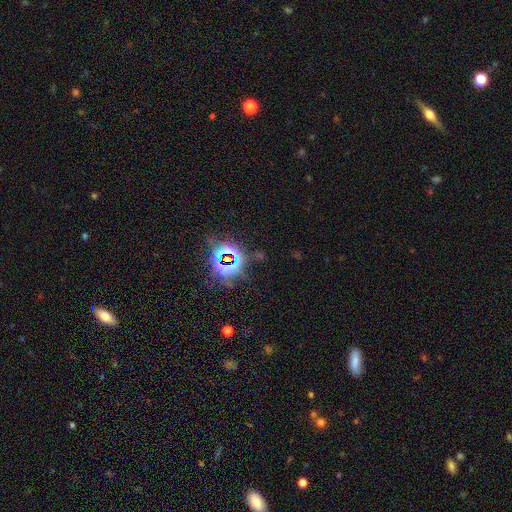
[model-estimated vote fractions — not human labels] A star or artifact, not a galaxy (79%).

Vote fractions:
- Smooth or featured? star or artifact: 79% / smooth: 13% / featured or disk: 8%